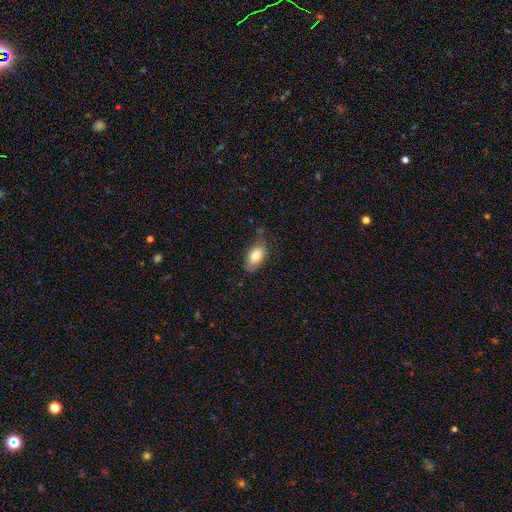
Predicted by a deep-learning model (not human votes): Smooth or featured? Predicted: smooth (p=0.79). How rounded? Predicted: in between (p=0.91). Merging? Predicted: none (p=0.63).